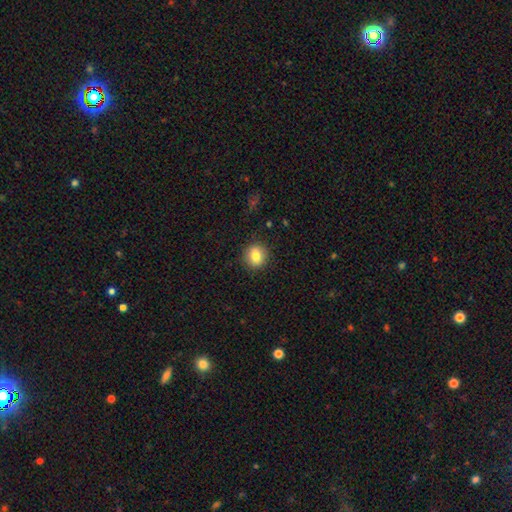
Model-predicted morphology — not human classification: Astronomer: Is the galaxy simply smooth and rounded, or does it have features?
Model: smooth — 82%.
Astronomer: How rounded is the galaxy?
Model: round — 81%.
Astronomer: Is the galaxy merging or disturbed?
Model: none — 90%.